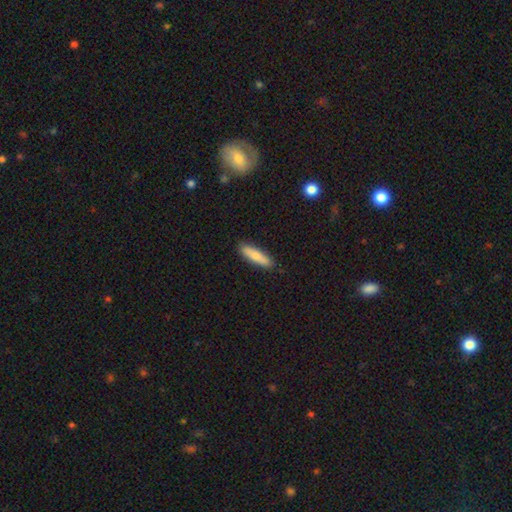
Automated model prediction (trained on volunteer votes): Morphology: type=smooth (77%); roundness=cigar-shaped (69%); merging=none (88%).